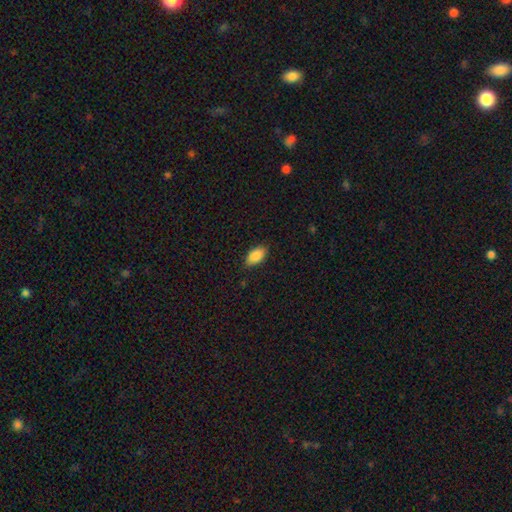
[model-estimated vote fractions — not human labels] Smooth or featured? smooth (87%)
How rounded? in between (93%)
Merging? none (84%)